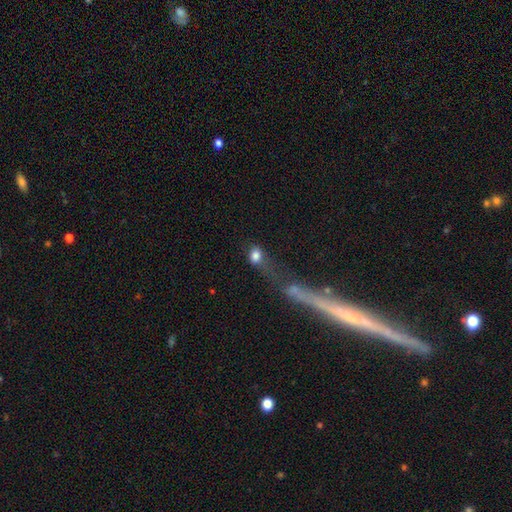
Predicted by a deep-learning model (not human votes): Overall: smooth (77%). How rounded: in between (61%; round 34%). Merging: merger (30%; none 28%).